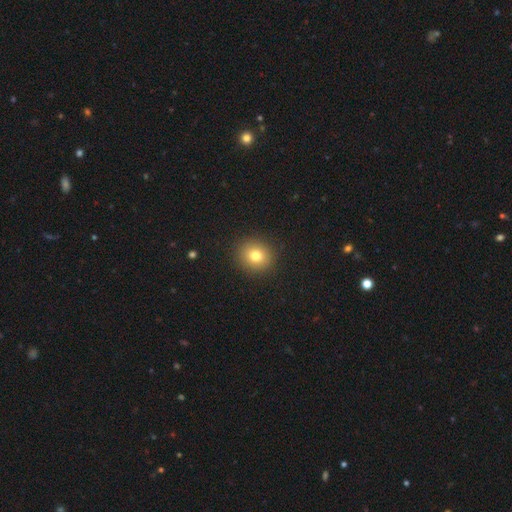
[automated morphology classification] Q: Smooth or featured?
A: smooth (78%); runner-up: star or artifact (12%)
Q: How rounded?
A: round (84%); runner-up: in between (15%)
Q: Merging?
A: none (91%); runner-up: minor disturbance (5%)